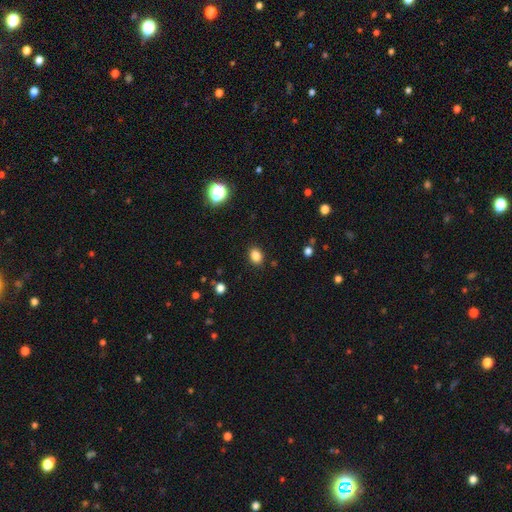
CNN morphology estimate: This is clearly a smooth galaxy (85%). How rounded: likely in between (63%). Merging: clearly none (88%).